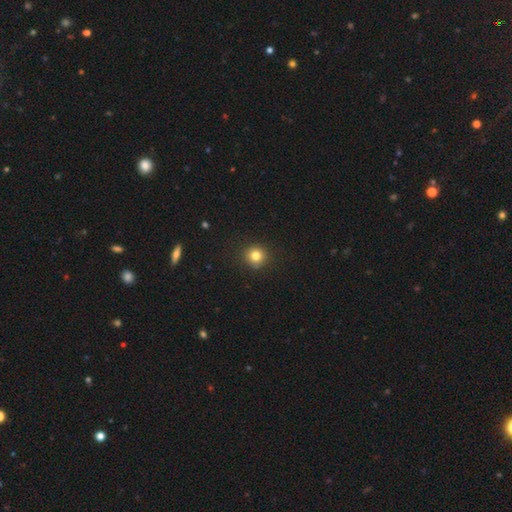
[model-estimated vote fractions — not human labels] Smooth or featured: smooth — 81% (star or artifact — 13%)
How rounded: round — 93% (in between — 6%)
Merging: none — 90% (minor disturbance — 7%)